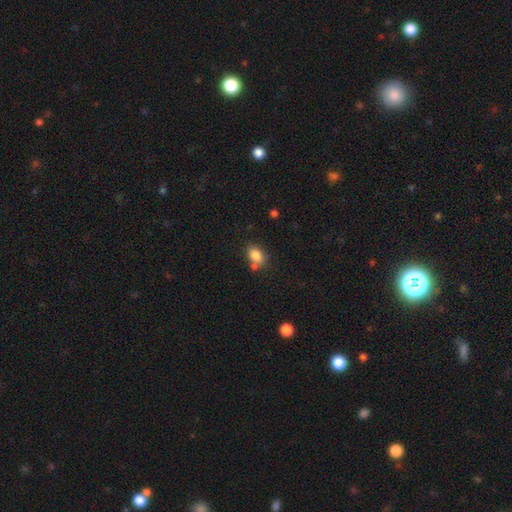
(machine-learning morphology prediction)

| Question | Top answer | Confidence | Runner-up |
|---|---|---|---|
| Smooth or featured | smooth | 83% | star or artifact (10%) |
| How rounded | in between | 75% | round (24%) |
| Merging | none | 56% | merger (22%) |